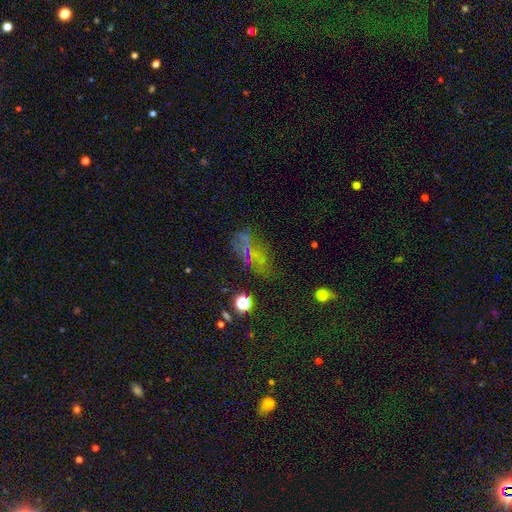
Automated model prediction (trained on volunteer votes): This is marginally a smooth galaxy (35%, tied with featured or disk). Merging: marginally none (43%).